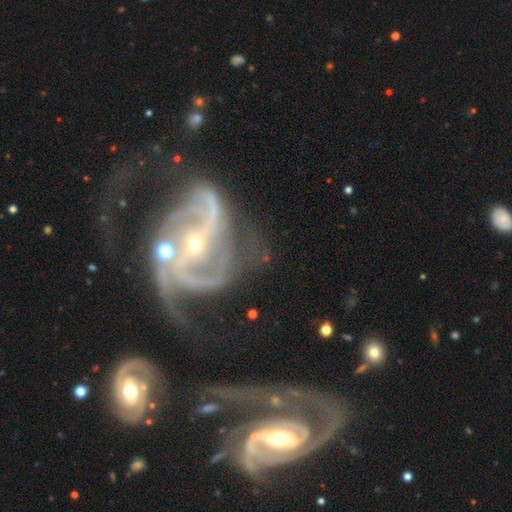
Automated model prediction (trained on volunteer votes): Smooth or featured? Predicted: featured or disk (p=0.89). Edge-on disk? Predicted: no (p=0.97). Bar? Predicted: no (p=0.37). Spiral arms? Predicted: yes (p=0.96). Spiral winding? Predicted: medium (p=0.48). Spiral arm count? Predicted: 2 (p=0.57). Bulge size? Predicted: small (p=0.80). Merging? Predicted: none (p=0.37).